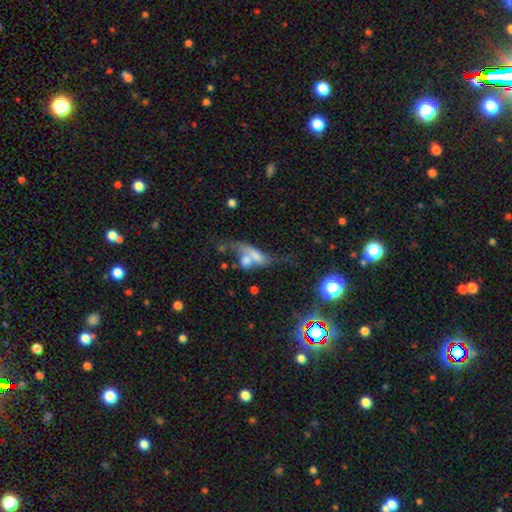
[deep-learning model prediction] A smooth galaxy with no disk features (50%).

Vote fractions:
- Smooth or featured? smooth: 50% / featured or disk: 37% / star or artifact: 13%
- Merging? merger: 56% / major disturbance: 20% / none: 14% / minor disturbance: 9%